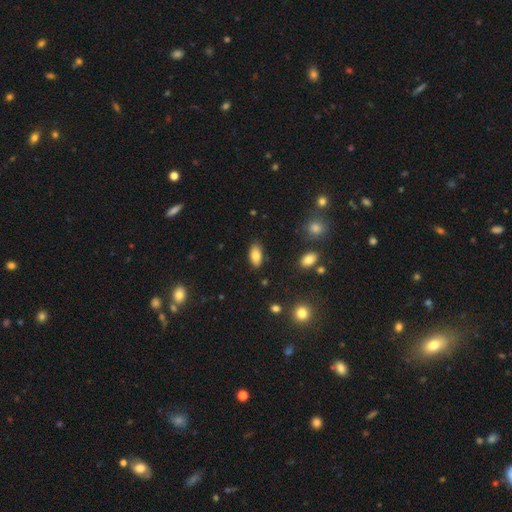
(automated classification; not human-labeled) Morphology: type=smooth (82%); roundness=in between (93%); merging=none (86%).